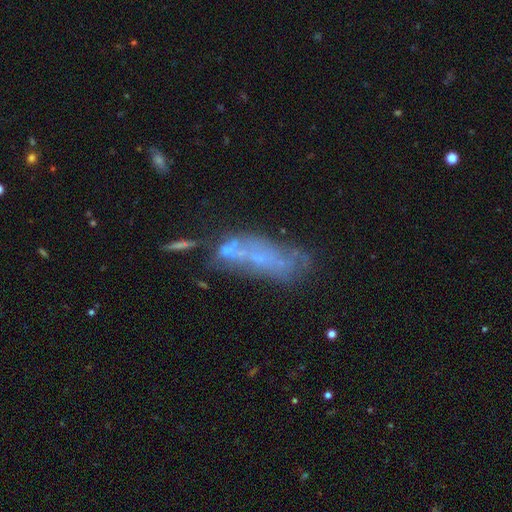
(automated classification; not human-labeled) Overall: featured or disk (56%; smooth 29%). Edge-on disk: no (82%). Merging: none (35%; merger 32%).